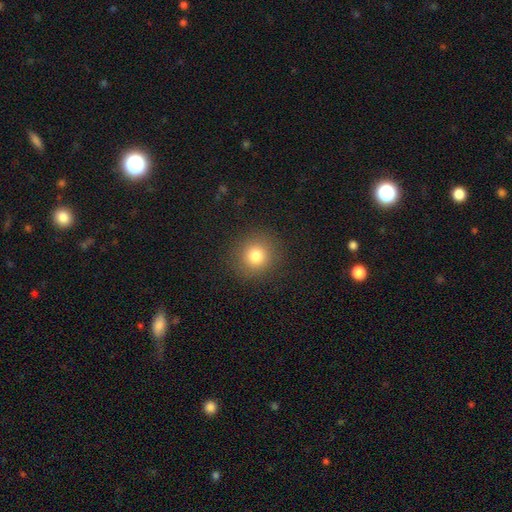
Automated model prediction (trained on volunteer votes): Q: Smooth or featured?
A: smooth (80%); runner-up: star or artifact (13%)
Q: How rounded?
A: round (91%); runner-up: in between (8%)
Q: Merging?
A: none (90%); runner-up: minor disturbance (6%)